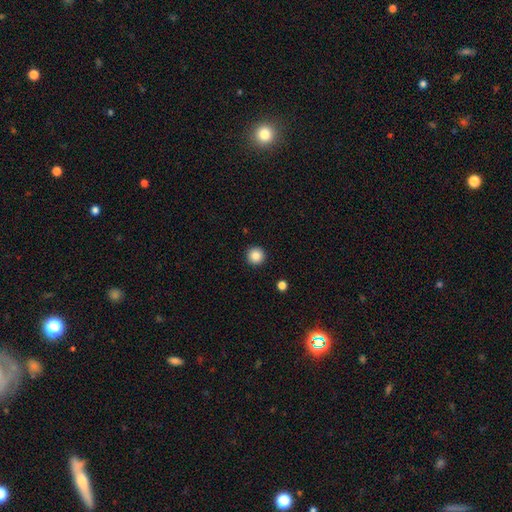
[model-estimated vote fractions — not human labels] Smooth or featured? smooth (86%)
How rounded? round (96%)
Merging? none (93%)